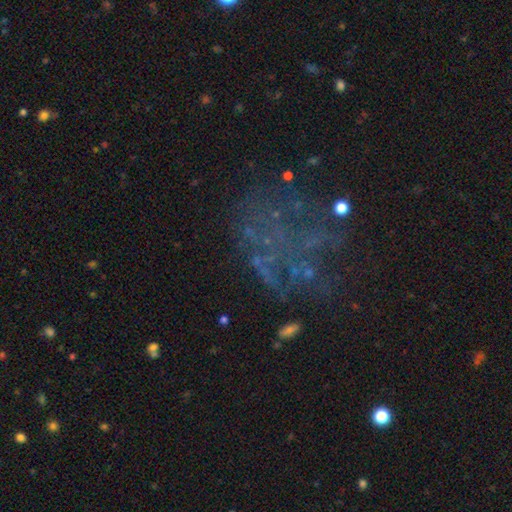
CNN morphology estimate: A featured or disk galaxy (45%).

Vote fractions:
- Smooth or featured? featured or disk: 45% / star or artifact: 36% / smooth: 20%
- Merging? none: 43% / major disturbance: 35% / minor disturbance: 14% / merger: 9%